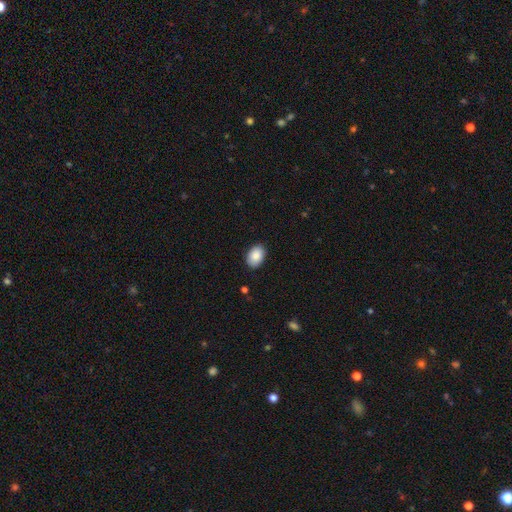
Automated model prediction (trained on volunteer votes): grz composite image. It shows a smooth galaxy with no disk features (89%) that is in between round and cigar-shaped (84%). Merging: none (88%).